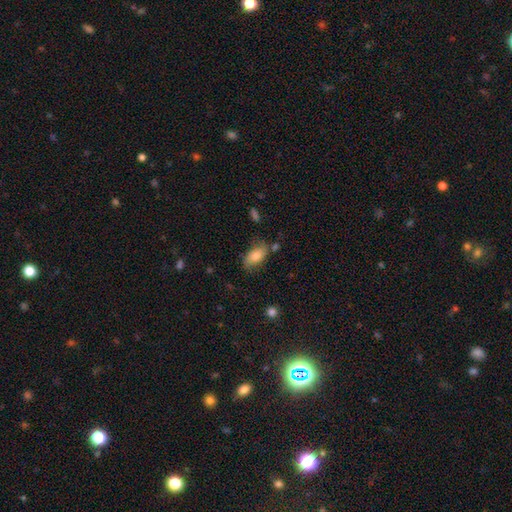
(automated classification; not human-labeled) This is likely a smooth galaxy (73%). How rounded: clearly in between (90%). Merging: likely none (66%).